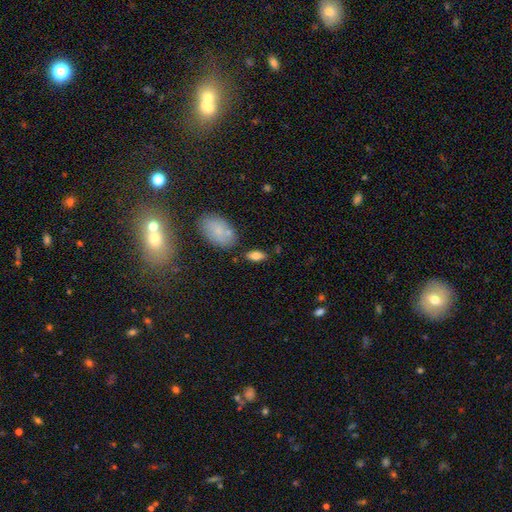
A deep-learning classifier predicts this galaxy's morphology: smooth_or_featured: smooth (p=0.80) [alt: featured or disk p=0.12]
how_rounded: in between (p=0.89) [alt: cigar-shaped p=0.07]
merging: none (p=0.77) [alt: minor disturbance p=0.13]